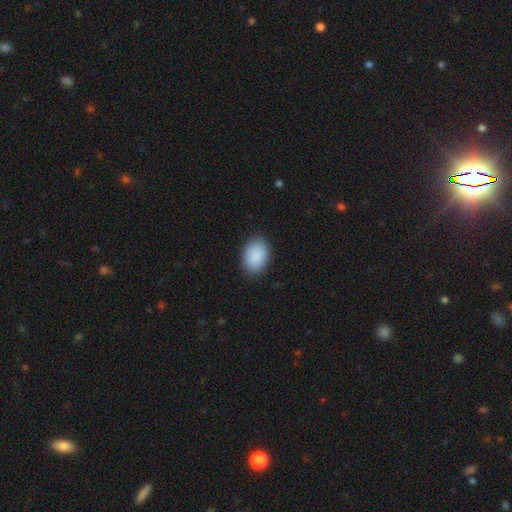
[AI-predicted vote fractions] Overall: smooth (90%). How rounded: in between (82%). Merging: none (88%).